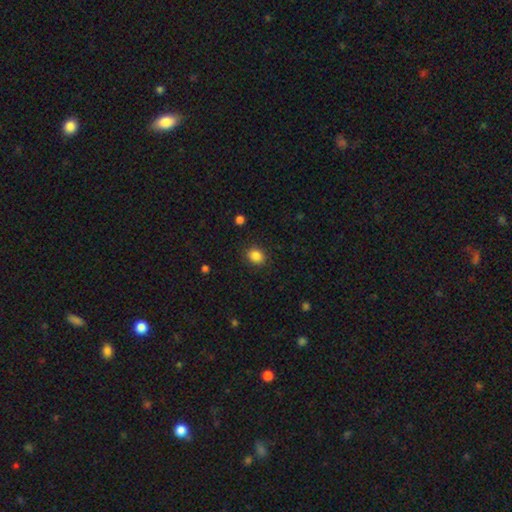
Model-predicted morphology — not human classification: This appears to be a smooth galaxy with no disk features (86%) that is round (61%). Merging: none (88%).